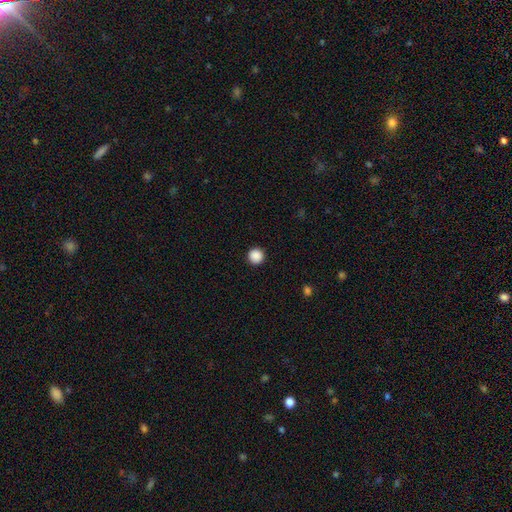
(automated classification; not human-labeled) Smooth or featured?
  - smooth: 89% *
  - star or artifact: 9%
  - featured or disk: 2%
How rounded?
  - round: 96% *
  - in between: 3%
  - cigar-shaped: 1%
Merging?
  - none: 93% *
  - minor disturbance: 4%
  - major disturbance: 2%
  - merger: 1%